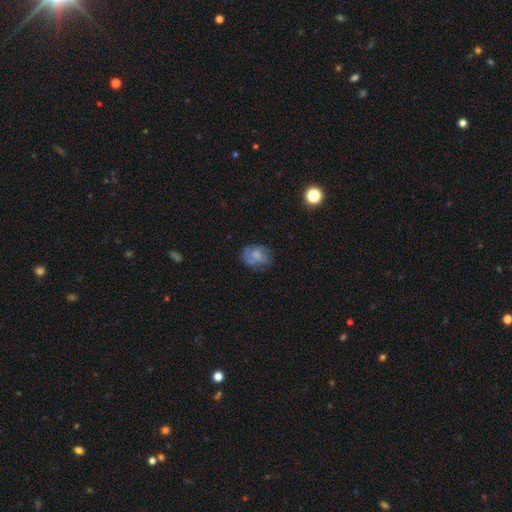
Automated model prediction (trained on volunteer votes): smooth 60%, featured or disk 31%, star or artifact 9%. Down the decision tree: how rounded — in between (53%); merging — none (63%).